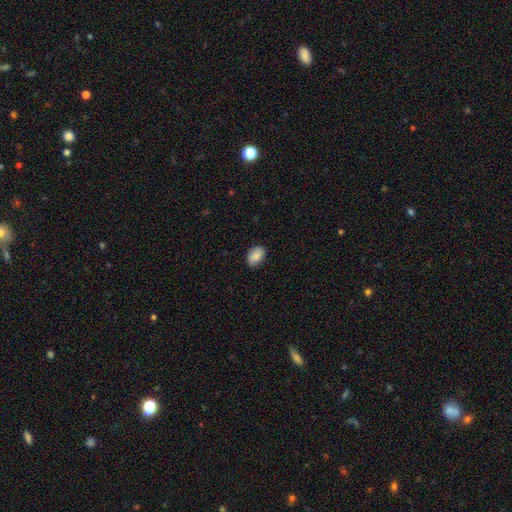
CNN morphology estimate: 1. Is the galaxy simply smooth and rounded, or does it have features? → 84% smooth, 9% featured or disk, 7% star or artifact.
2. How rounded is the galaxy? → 87% in between, 12% round, 1% cigar-shaped.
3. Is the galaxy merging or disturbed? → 82% none, 14% minor disturbance, 2% major disturbance, 1% merger.